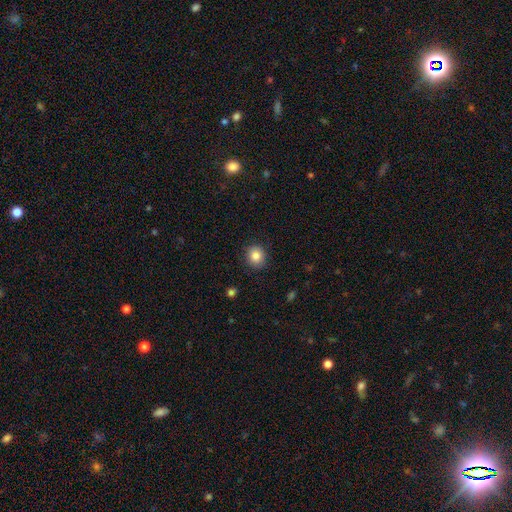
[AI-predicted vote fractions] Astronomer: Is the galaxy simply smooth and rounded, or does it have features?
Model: smooth — 84%.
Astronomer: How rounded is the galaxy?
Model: round — 82%.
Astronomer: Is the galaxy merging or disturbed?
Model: none — 90%.